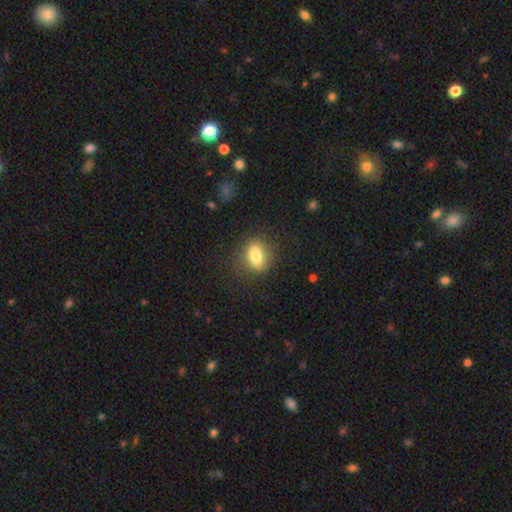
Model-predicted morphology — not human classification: Smooth or featured: smooth — 79% (featured or disk — 12%)
How rounded: in between — 74% (round — 21%)
Merging: none — 82% (minor disturbance — 12%)